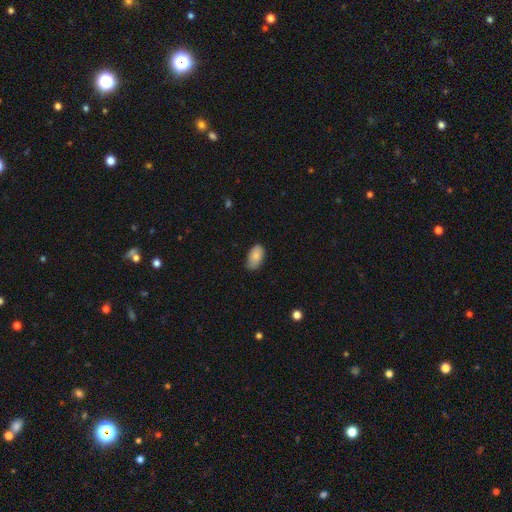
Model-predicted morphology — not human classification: smooth_or_featured: smooth (p=0.84) [alt: featured or disk p=0.09]
how_rounded: in between (p=0.94) [alt: round p=0.04]
merging: none (p=0.73) [alt: minor disturbance p=0.23]